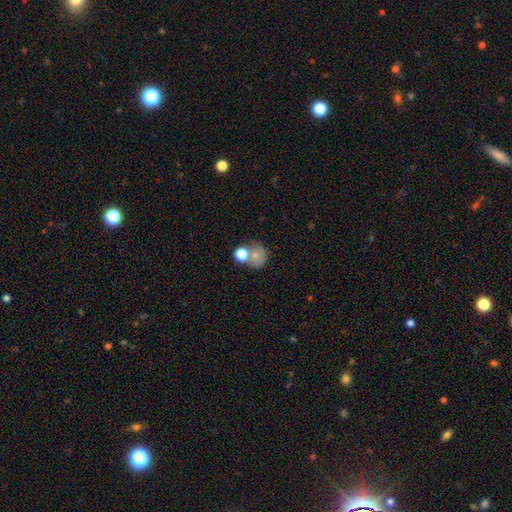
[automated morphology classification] smooth-or-featured: smooth: 71% | featured or disk: 16% | star or artifact: 12%
  how-rounded: round: 80% | in between: 19% | cigar-shaped: 1%
  merging: none: 41% | merger: 39% | minor disturbance: 12% | major disturbance: 8%